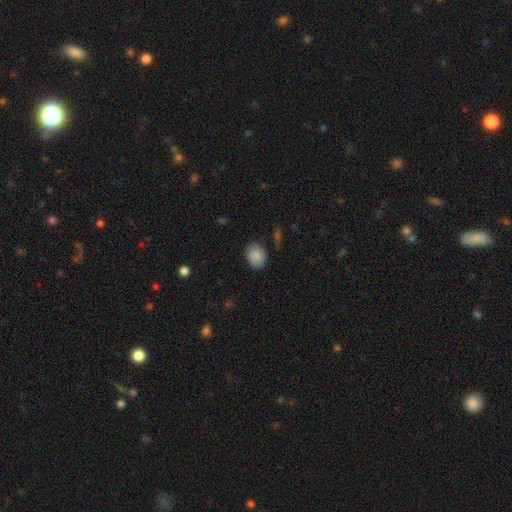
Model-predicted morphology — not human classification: This appears to be a smooth galaxy with no disk features (87%) that is in between round and cigar-shaped (56%). Merging: none (78%).